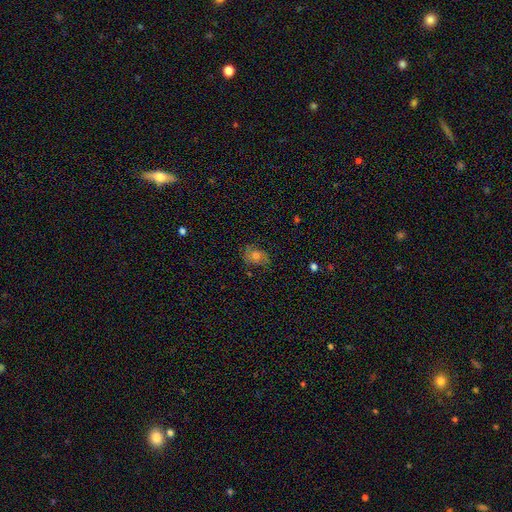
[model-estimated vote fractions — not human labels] This is marginally a smooth galaxy (45%). Merging: likely none (69%).